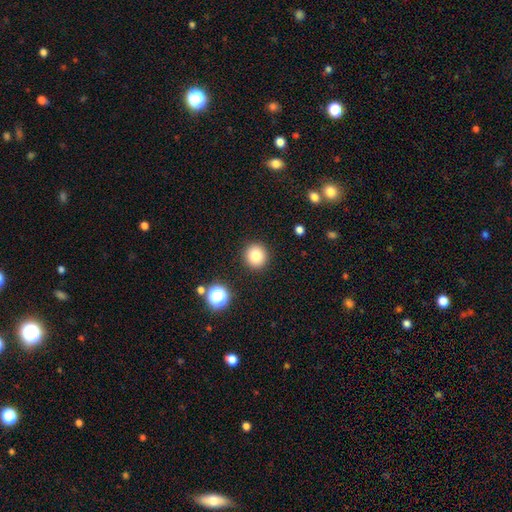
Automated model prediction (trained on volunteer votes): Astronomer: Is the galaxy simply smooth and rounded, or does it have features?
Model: smooth — 82%.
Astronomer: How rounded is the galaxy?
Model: round — 93%.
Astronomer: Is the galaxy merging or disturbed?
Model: none — 91%.